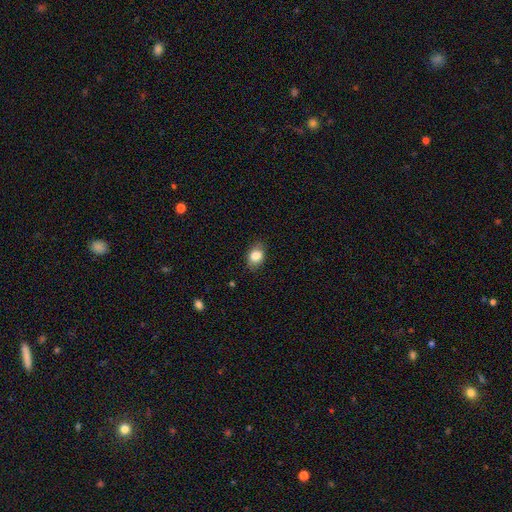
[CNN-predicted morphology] The model was most divided on "how rounded": in between: 73%, round: 26%, cigar-shaped: 1%. More confident: smooth or featured — smooth (84%); merging — none (80%).